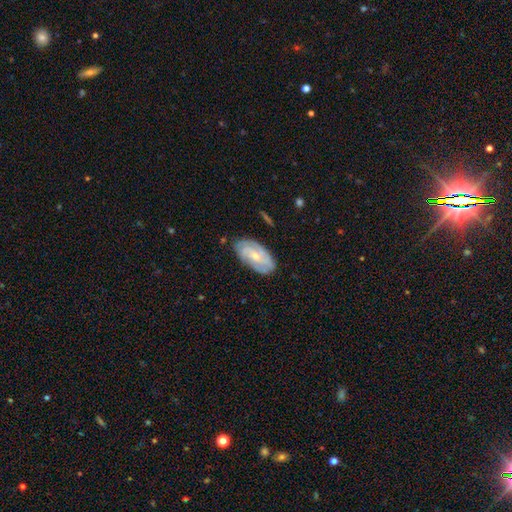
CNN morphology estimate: A featured or disk galaxy (79%) with no bar (57%), 2 (28%, tied with 3) tight (63%) spiral arms (95%) and a small central bulge (66%).

Vote fractions:
- Smooth or featured? featured or disk: 79% / smooth: 15% / star or artifact: 6%
- Edge-on disk? no: 96% / yes: 4%
- Bar? no: 57% / weak: 35% / strong: 8%
- Spiral arms? yes: 95% / no: 5%
- Spiral winding? tight: 63% / medium: 30% / loose: 7%
- Spiral arm count? 2: 28% (tied) / 3: 28% (tied) / can't tell: 25% / 4: 11% / more than 4: 4% / 1: 4%
- Bulge size? small: 66% / moderate: 29% / none: 3% / large: 1% / dominant: 1%
- Merging? none: 79% / minor disturbance: 16% / major disturbance: 3% / merger: 1%